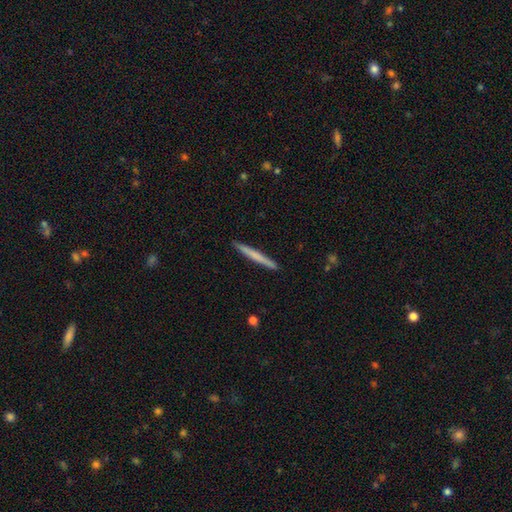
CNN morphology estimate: Smooth or featured: smooth — 57% (featured or disk — 37%)
How rounded: cigar-shaped — 97% (in between — 2%)
Merging: none — 92% (minor disturbance — 6%)